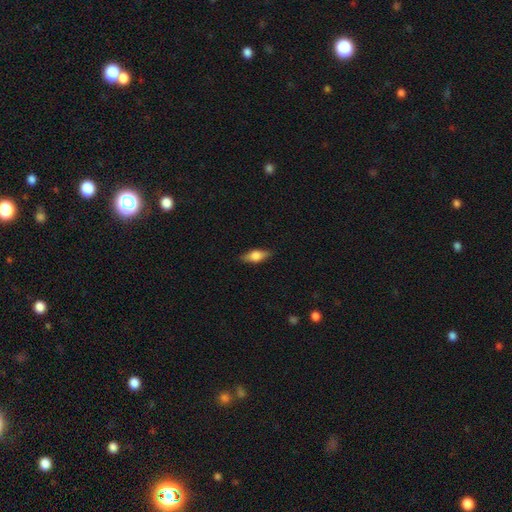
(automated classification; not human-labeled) This appears to be a smooth galaxy with no disk features (60%) that is in between round and cigar-shaped (71%). Merging: none (86%).